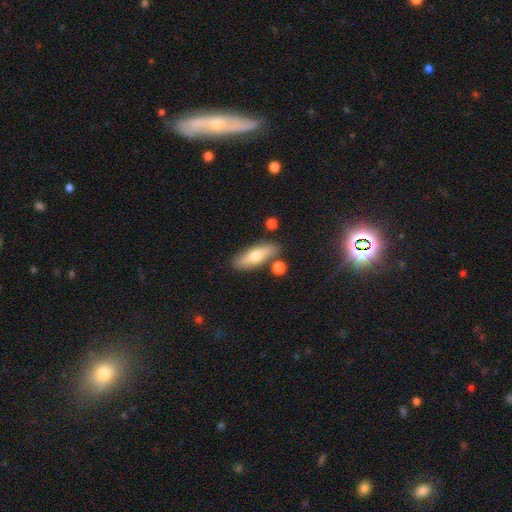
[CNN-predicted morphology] Smooth or featured? smooth (60%)
How rounded? in between (50%)
Merging? none (80%)